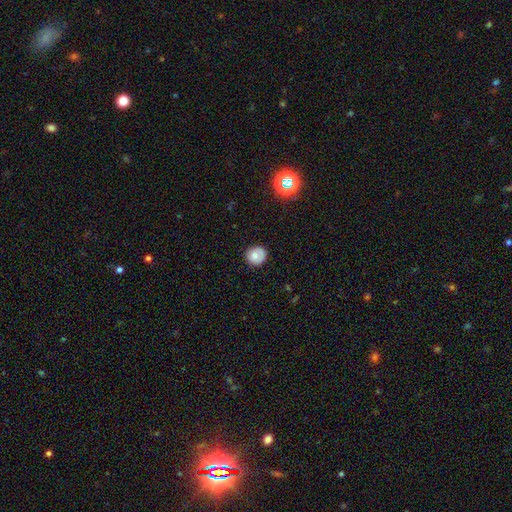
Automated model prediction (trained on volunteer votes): A smooth galaxy with no disk features (72%) that is round (90%). Merging: none (82%).